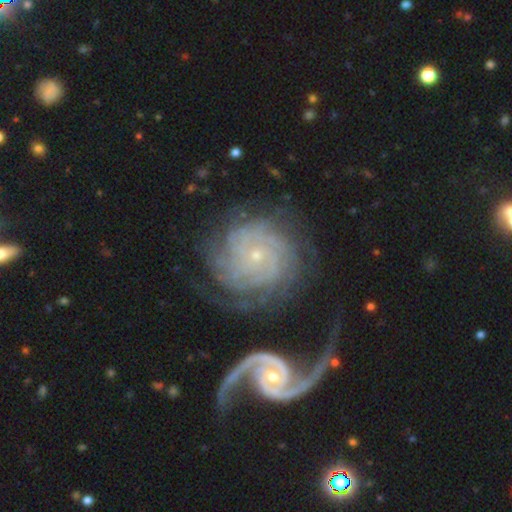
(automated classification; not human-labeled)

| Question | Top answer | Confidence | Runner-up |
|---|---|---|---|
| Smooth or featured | featured or disk | 86% | smooth (8%) |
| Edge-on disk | no | 97% | yes (3%) |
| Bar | no | 75% | weak (18%) |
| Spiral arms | yes | 97% | no (3%) |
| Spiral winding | tight | 68% | medium (25%) |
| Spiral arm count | can't tell | 23% | 2 (19%) |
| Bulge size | small | 84% | moderate (12%) |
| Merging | none | 54% | merger (19%) |